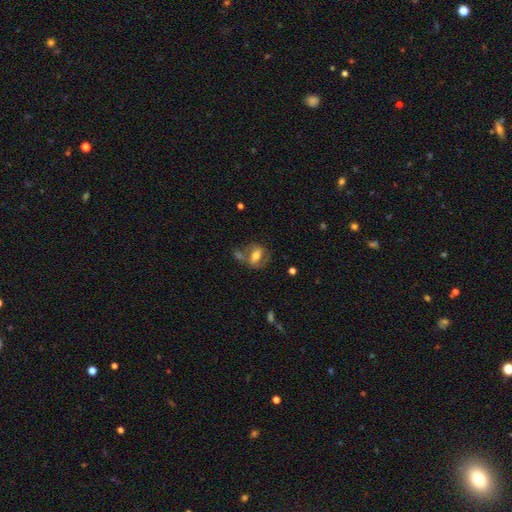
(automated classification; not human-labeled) This is possibly a smooth galaxy (49%). Merging: marginally none (45%).